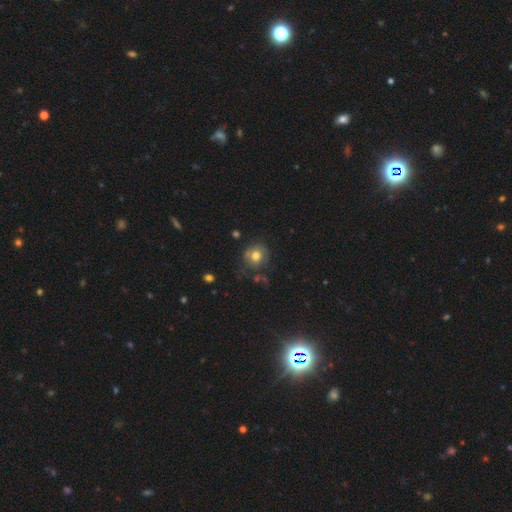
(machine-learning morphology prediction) A smooth galaxy with no disk features (71%) that is round (86%). Merging: none (69%).